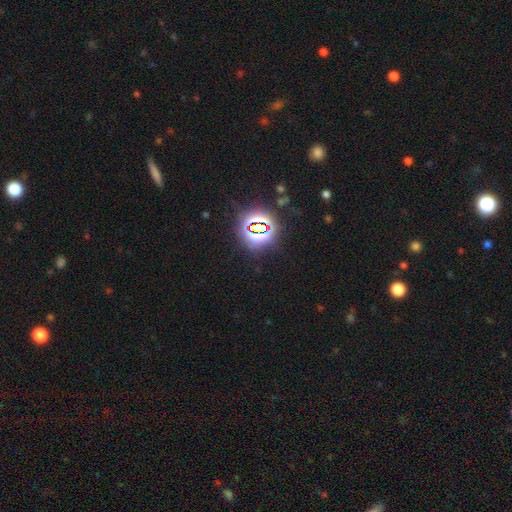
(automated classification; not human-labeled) This appears to be a star or artifact, not a galaxy (81%).